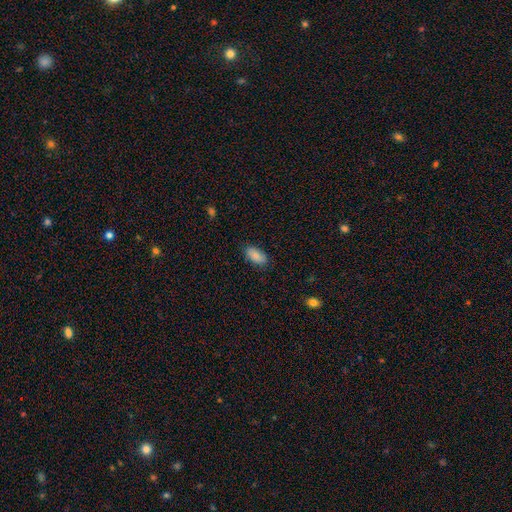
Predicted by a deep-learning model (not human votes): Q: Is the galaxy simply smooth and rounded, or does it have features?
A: smooth — 87%.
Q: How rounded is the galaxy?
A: in between — 91%.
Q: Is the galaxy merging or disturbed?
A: none — 86%.